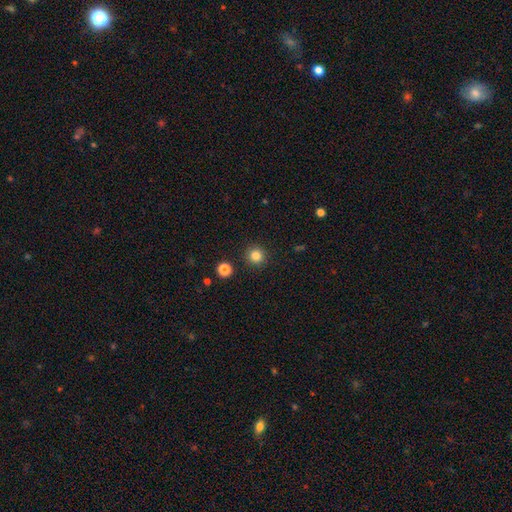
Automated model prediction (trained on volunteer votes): Q: Smooth or featured?
A: smooth (84%); runner-up: star or artifact (12%)
Q: How rounded?
A: round (95%); runner-up: in between (4%)
Q: Merging?
A: none (92%); runner-up: minor disturbance (5%)